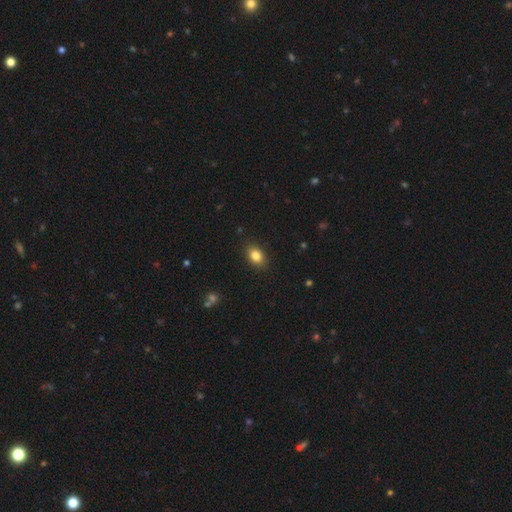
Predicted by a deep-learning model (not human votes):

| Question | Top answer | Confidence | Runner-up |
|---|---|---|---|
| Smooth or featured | smooth | 84% | star or artifact (9%) |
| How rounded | in between | 81% | round (18%) |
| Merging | none | 88% | minor disturbance (9%) |